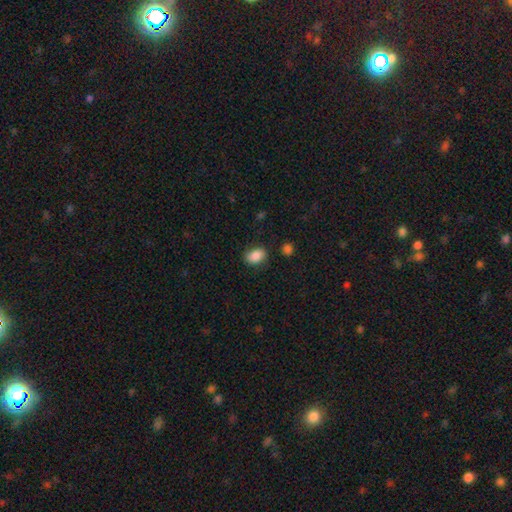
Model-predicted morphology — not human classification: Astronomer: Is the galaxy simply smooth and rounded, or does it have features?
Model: smooth — 87%.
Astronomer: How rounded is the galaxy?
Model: in between — 79%.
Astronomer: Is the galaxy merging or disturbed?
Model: none — 79%.